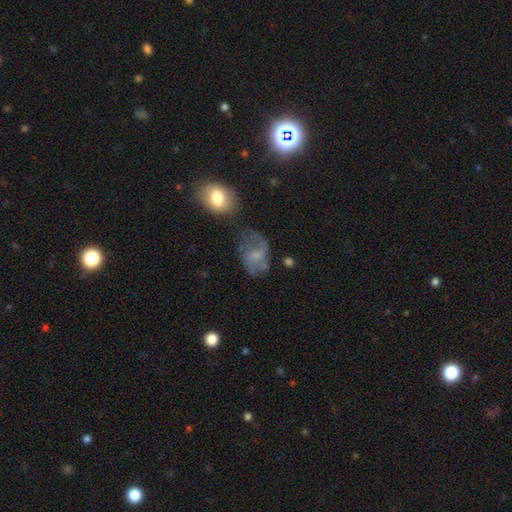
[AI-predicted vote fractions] Morphology: type=featured or disk (55%); edge-on=no (97%); bar=no (48%); spiral arms=yes (77%); bulge=small (44%); merging=none (40%).